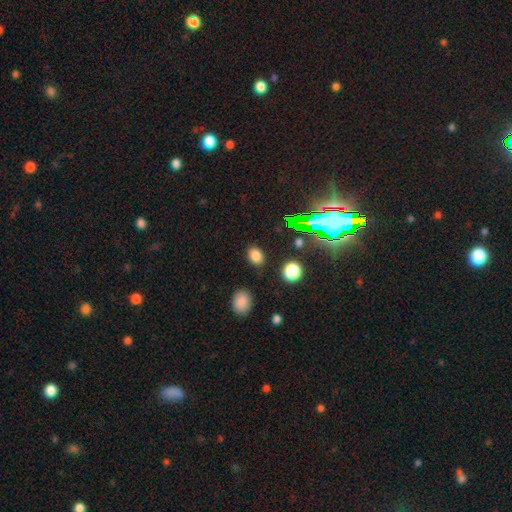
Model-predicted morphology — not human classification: smooth 78%, star or artifact 17%, featured or disk 6%. Down the decision tree: how rounded — in between (72%); merging — none (86%).